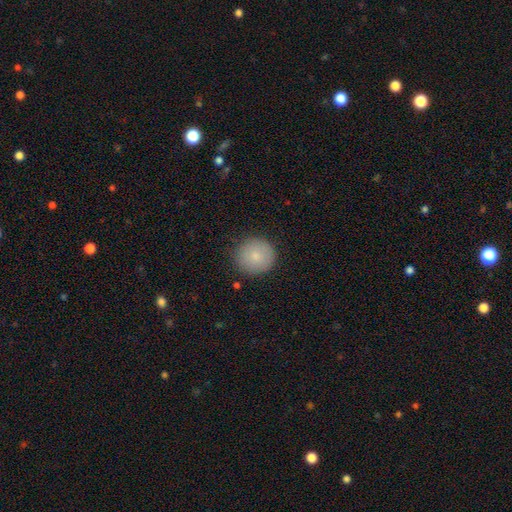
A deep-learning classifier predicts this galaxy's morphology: smooth_or_featured: smooth (p=0.84) [alt: featured or disk p=0.09]
how_rounded: round (p=0.93) [alt: in between p=0.06]
merging: none (p=0.87) [alt: minor disturbance p=0.09]